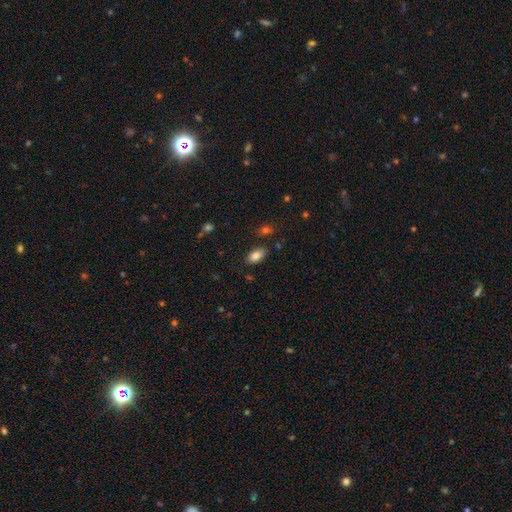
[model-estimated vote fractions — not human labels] smooth_or_featured: smooth (p=0.85) [alt: star or artifact p=0.09]
how_rounded: in between (p=0.92) [alt: round p=0.05]
merging: none (p=0.82) [alt: minor disturbance p=0.12]